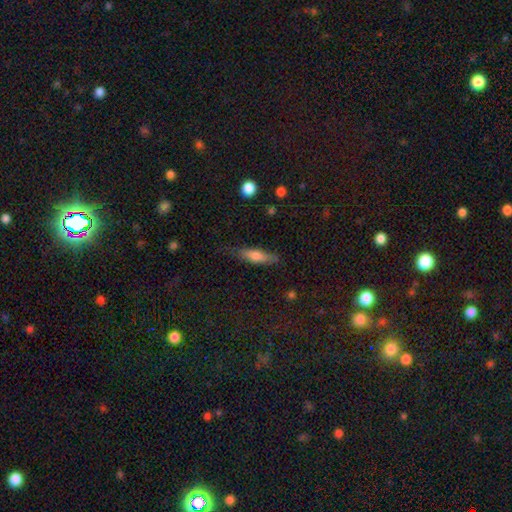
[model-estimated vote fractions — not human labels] Q: Smooth or featured?
A: smooth (65%); runner-up: featured or disk (28%)
Q: How rounded?
A: cigar-shaped (63%); runner-up: in between (34%)
Q: Merging?
A: none (75%); runner-up: minor disturbance (20%)